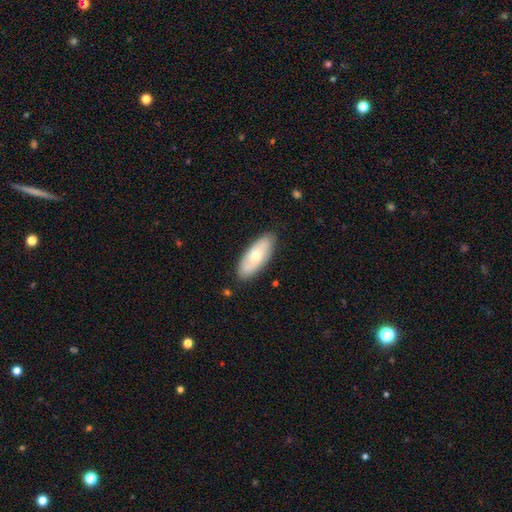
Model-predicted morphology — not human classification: type=smooth (62%); roundness=in between (78%); merging=none (86%).